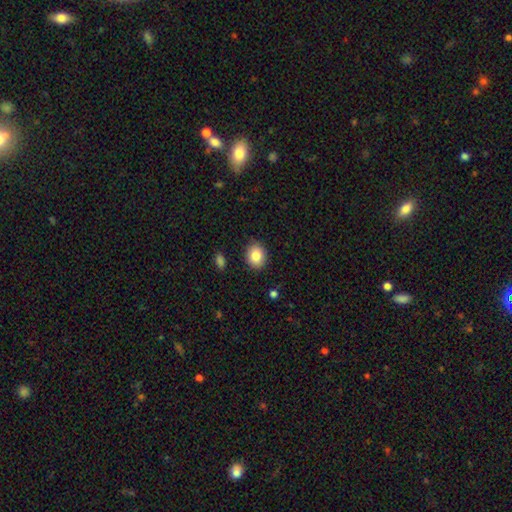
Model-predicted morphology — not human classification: Smooth or featured?
  - smooth: 84% *
  - star or artifact: 8%
  - featured or disk: 7%
How rounded?
  - round: 59% *
  - in between: 40%
  - cigar-shaped: 1%
Merging?
  - none: 87% *
  - minor disturbance: 9%
  - major disturbance: 2%
  - merger: 1%